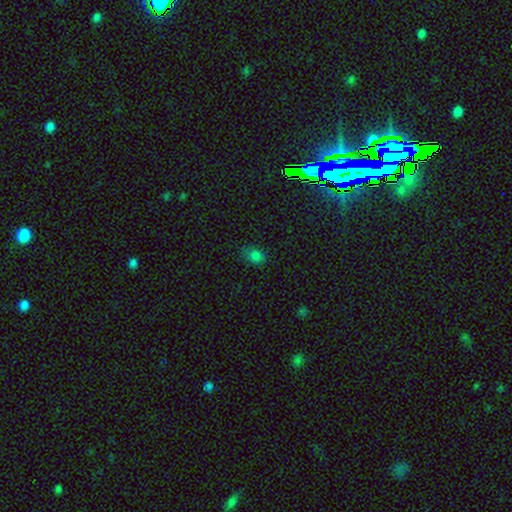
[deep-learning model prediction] Smooth or featured? smooth (76%)
How rounded? in between (57%)
Merging? none (70%)